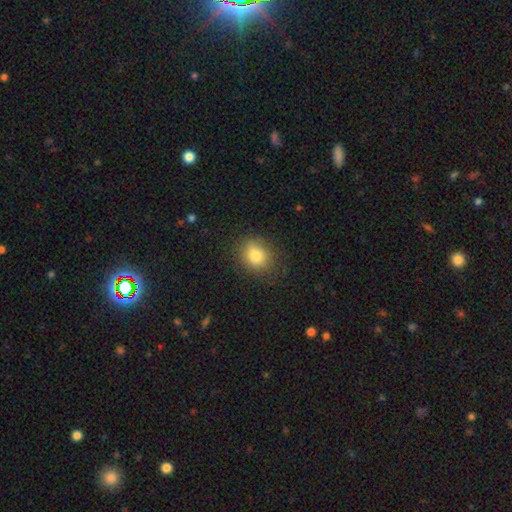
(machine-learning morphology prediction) A smooth galaxy with no disk features (78%) that is round (59%).

Vote fractions:
- Smooth or featured? smooth: 78% / star or artifact: 11% / featured or disk: 10%
- How rounded? round: 59% / in between: 39% / cigar-shaped: 1%
- Merging? none: 76% / minor disturbance: 18% / major disturbance: 5% / merger: 2%